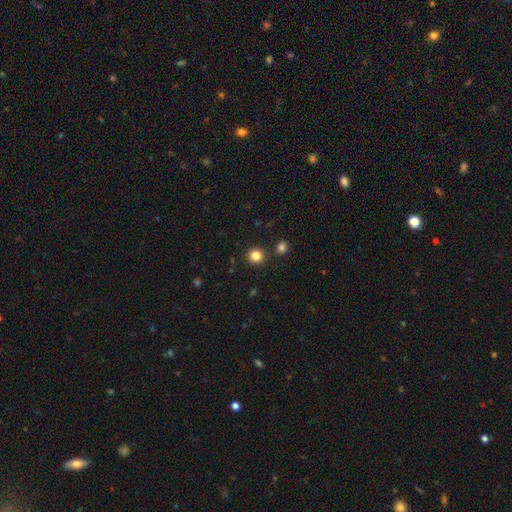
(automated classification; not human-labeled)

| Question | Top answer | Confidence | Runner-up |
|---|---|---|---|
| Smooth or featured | smooth | 84% | star or artifact (12%) |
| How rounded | round | 87% | in between (12%) |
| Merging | none | 88% | minor disturbance (6%) |